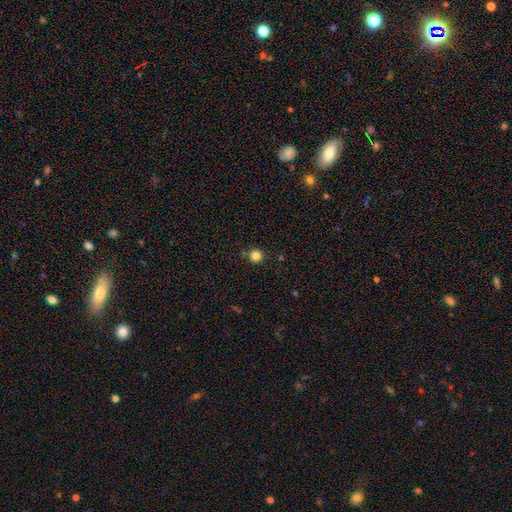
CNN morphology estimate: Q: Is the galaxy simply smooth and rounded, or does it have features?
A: smooth — 83%.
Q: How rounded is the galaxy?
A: round — 95%.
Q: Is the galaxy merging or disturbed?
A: none — 87%.